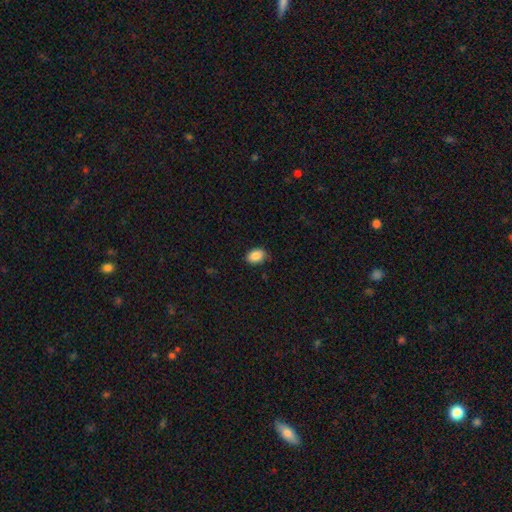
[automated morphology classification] smooth-or-featured: smooth: 87% | star or artifact: 8% | featured or disk: 5%
  how-rounded: in between: 80% | round: 19% | cigar-shaped: 1%
  merging: none: 79% | minor disturbance: 17% | major disturbance: 3% | merger: 1%